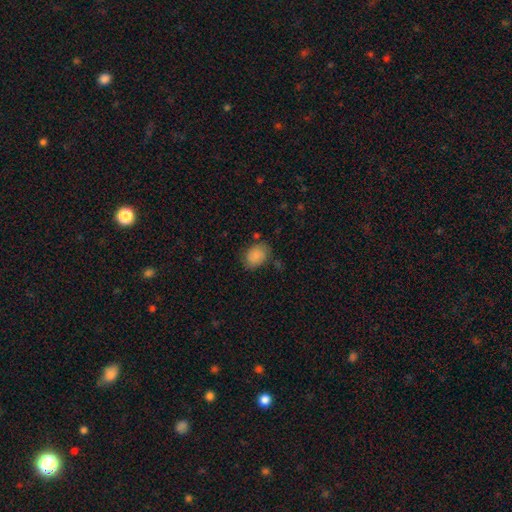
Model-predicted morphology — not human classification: Q: Smooth or featured?
A: smooth (84%); runner-up: featured or disk (8%)
Q: How rounded?
A: in between (69%); runner-up: round (30%)
Q: Merging?
A: none (69%); runner-up: minor disturbance (22%)